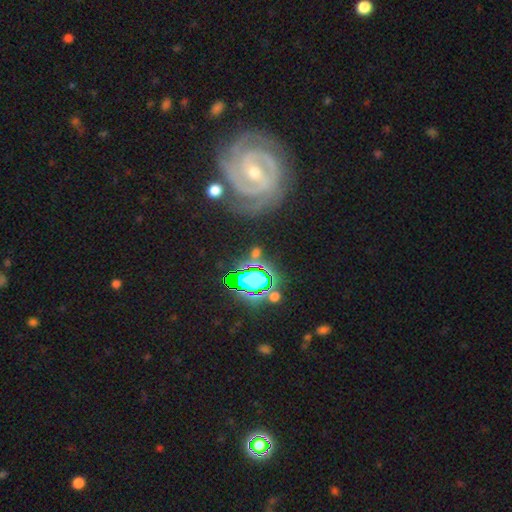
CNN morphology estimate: This is possibly a featured or disk galaxy (50%). It is clearly not viewed edge-on (93%). Merging: likely none (70%).